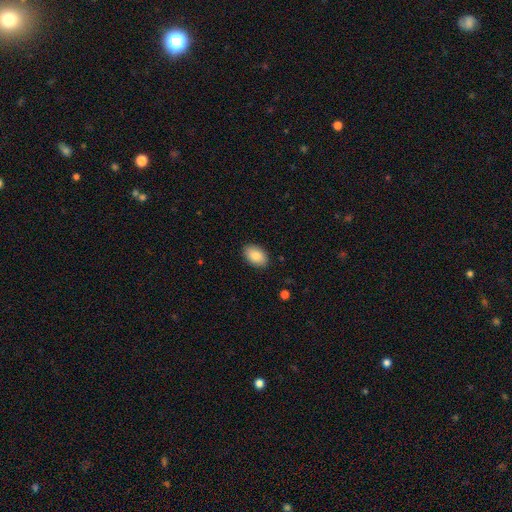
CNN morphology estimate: A smooth galaxy with no disk features (87%) that is in between round and cigar-shaped (90%).

Vote fractions:
- Smooth or featured? smooth: 87% / star or artifact: 7% / featured or disk: 6%
- How rounded? in between: 90% / round: 9% / cigar-shaped: 1%
- Merging? none: 88% / minor disturbance: 9% / major disturbance: 2% / merger: 1%